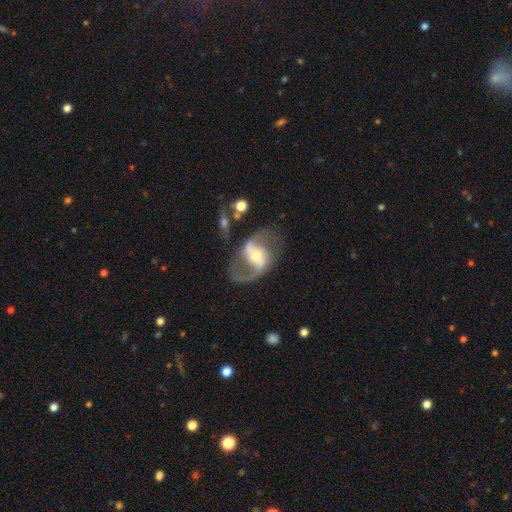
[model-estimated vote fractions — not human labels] A featured or disk galaxy (86%) with a strong bar (38%), 2 (89%) loose (50%) spiral arms (92%) and a moderate central bulge (62%).

Vote fractions:
- Smooth or featured? featured or disk: 86% / smooth: 9% / star or artifact: 5%
- Edge-on disk? no: 96% / yes: 4%
- Bar? strong: 38% / weak: 37% / no: 25%
- Spiral arms? yes: 92% / no: 8%
- Spiral winding? loose: 50% / medium: 41% / tight: 9%
- Spiral arm count? 2: 89% / 1: 5% / can't tell: 4% / 3: 1% / 4: 1% / more than 4: 1%
- Bulge size? moderate: 62% / small: 29% / large: 7% / dominant: 1% / none: 1%
- Merging? none: 66% / minor disturbance: 15% / major disturbance: 14% / merger: 5%